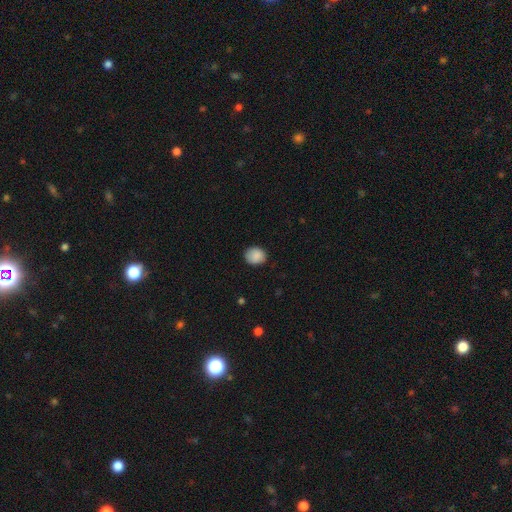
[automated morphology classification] Overall: smooth (88%). How rounded: round (61%; in between 39%). Merging: none (83%).